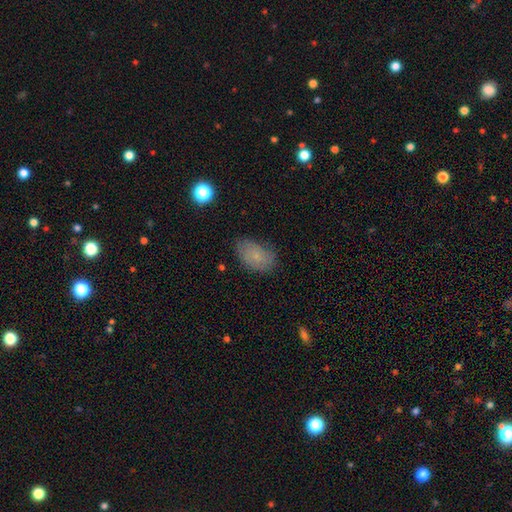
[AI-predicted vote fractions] A smooth galaxy with no disk features (70%) that is in between round and cigar-shaped (87%).

Vote fractions:
- Smooth or featured? smooth: 70% / featured or disk: 20% / star or artifact: 10%
- How rounded? in between: 87% / round: 11% / cigar-shaped: 2%
- Merging? none: 71% / minor disturbance: 22% / major disturbance: 6% / merger: 1%